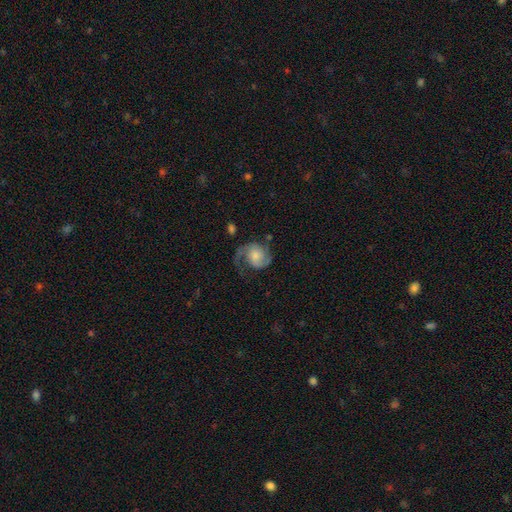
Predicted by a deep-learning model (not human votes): This is likely a featured or disk galaxy (76%). It is clearly not viewed edge-on (98%). Bar: likely no (66%). Spiral arm pattern: clearly yes (95%). Spiral arm count: likely 2 (69%). Spiral winding: possibly medium (45%). Central bulge: marginally moderate (36%). Merging: possibly none (51%).